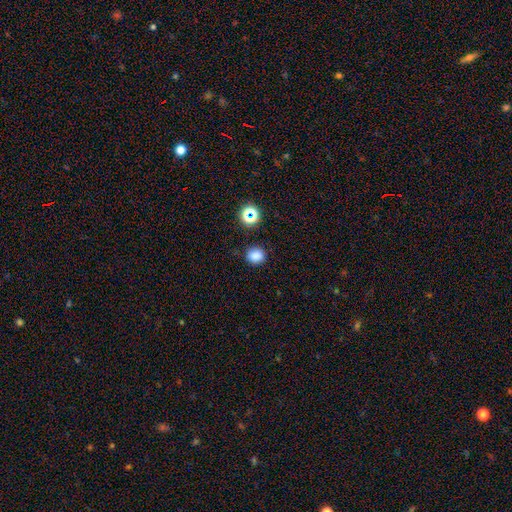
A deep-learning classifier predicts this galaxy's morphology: The model was most divided on "how rounded": round: 80%, in between: 19%, cigar-shaped: 1%. More confident: merging — none (86%); smooth or featured — smooth (81%).